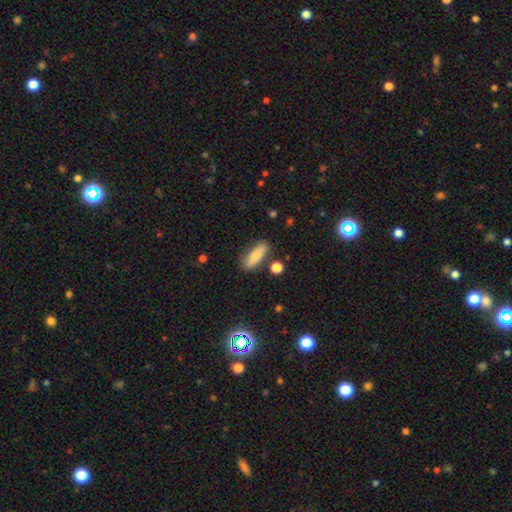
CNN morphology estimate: type=smooth (73%); roundness=cigar-shaped (49%); merging=none (81%).